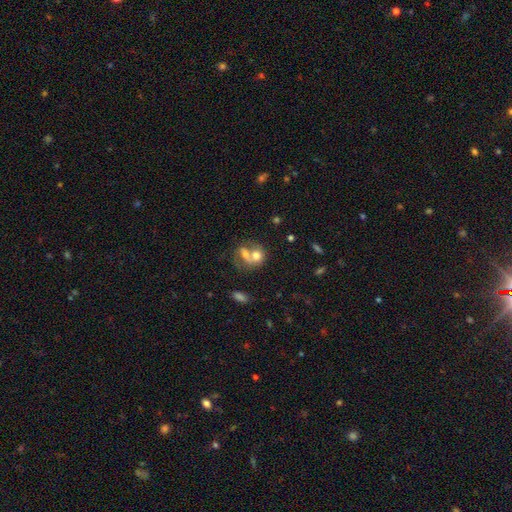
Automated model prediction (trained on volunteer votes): Smooth or featured? smooth (58%)
How rounded? round (51%)
Merging? merger (68%)